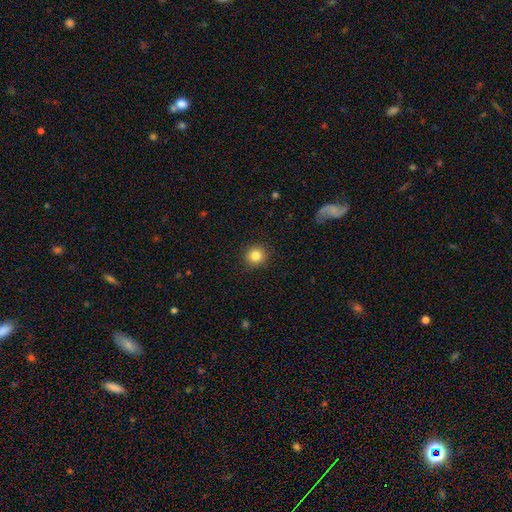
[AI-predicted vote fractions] smooth_or_featured: smooth (p=0.84) [alt: star or artifact p=0.10]
how_rounded: round (p=0.90) [alt: in between p=0.09]
merging: none (p=0.90) [alt: minor disturbance p=0.06]